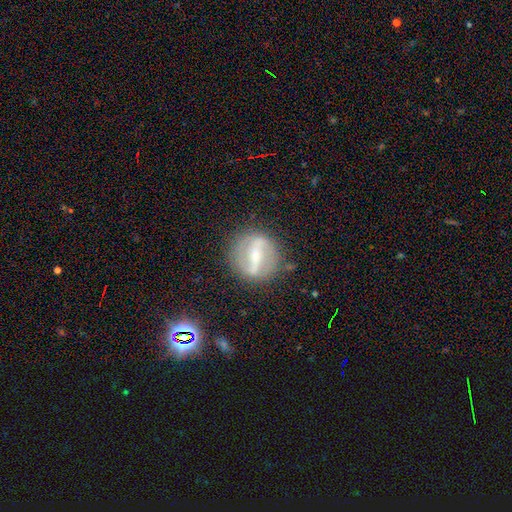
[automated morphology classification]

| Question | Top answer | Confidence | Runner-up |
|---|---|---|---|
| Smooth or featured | featured or disk | 77% | smooth (16%) |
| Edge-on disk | no | 93% | yes (7%) |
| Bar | strong | 74% | weak (20%) |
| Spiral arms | yes | 70% | no (30%) |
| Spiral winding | medium | 39% | loose (37%) |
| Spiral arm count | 2 | 86% | can't tell (8%) |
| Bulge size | small | 54% | moderate (35%) |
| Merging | none | 83% | minor disturbance (11%) |